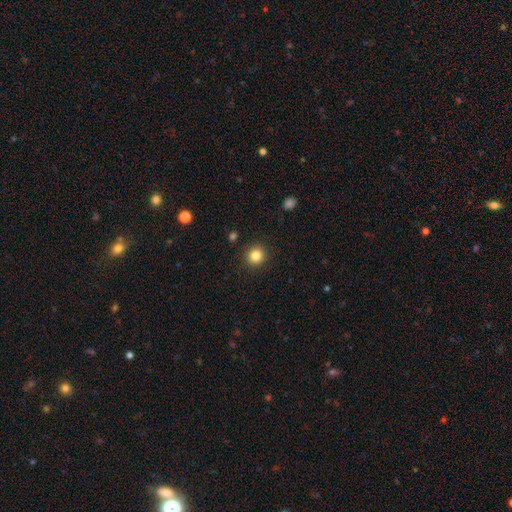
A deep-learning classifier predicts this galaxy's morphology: The model was most divided on "smooth or featured": smooth: 84%, star or artifact: 11%, featured or disk: 5%. More confident: merging — none (91%); how rounded — round (91%).